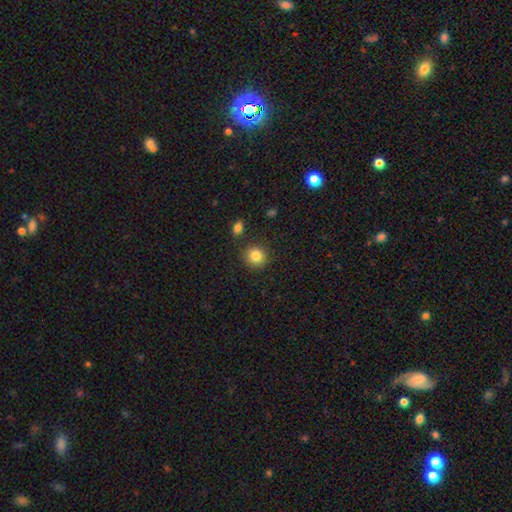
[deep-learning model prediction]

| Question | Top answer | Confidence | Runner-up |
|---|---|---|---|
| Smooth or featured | smooth | 85% | star or artifact (10%) |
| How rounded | round | 89% | in between (10%) |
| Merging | none | 86% | minor disturbance (8%) |